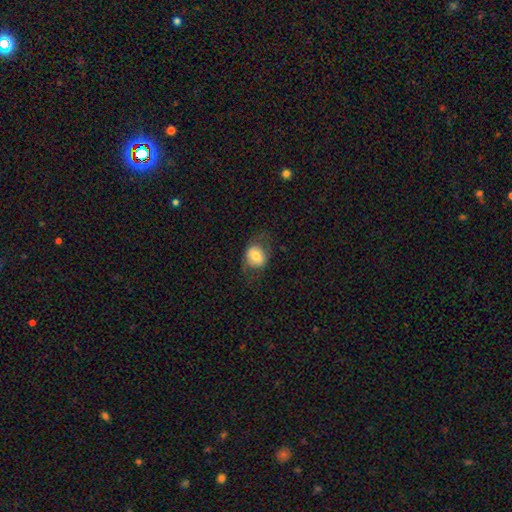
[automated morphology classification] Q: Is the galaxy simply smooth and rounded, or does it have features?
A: smooth — 67%.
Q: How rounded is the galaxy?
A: round — 57%.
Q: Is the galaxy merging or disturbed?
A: none — 66%.